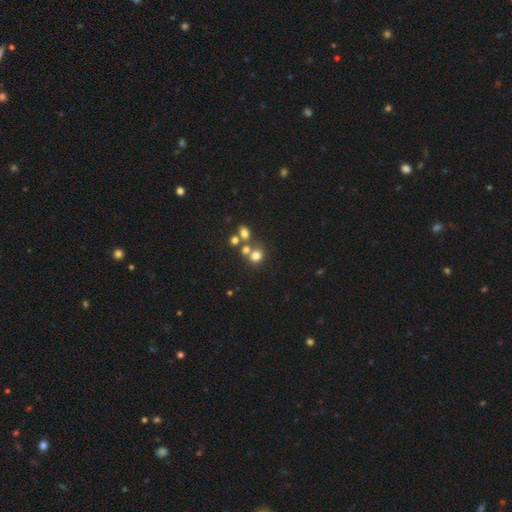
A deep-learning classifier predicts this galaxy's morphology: Smooth or featured?
  - smooth: 72% *
  - star or artifact: 17%
  - featured or disk: 12%
How rounded?
  - round: 76% *
  - in between: 23%
  - cigar-shaped: 1%
Merging?
  - none: 50% *
  - merger: 36%
  - minor disturbance: 9%
  - major disturbance: 5%